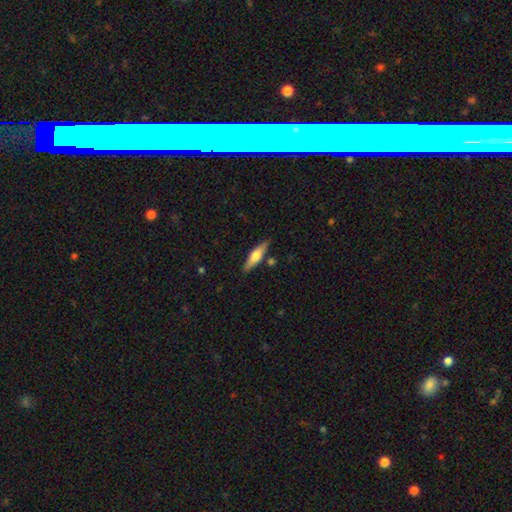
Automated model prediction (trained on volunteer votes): Smooth or featured? featured or disk (48%)
Merging? none (84%)